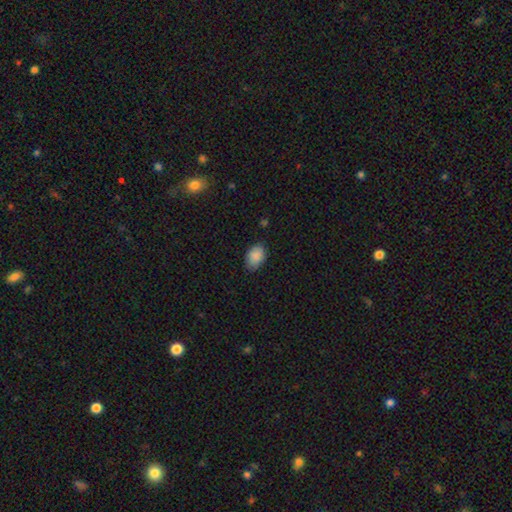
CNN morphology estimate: smooth 89%, star or artifact 7%, featured or disk 4%. Down the decision tree: how rounded — in between (87%); merging — none (80%).